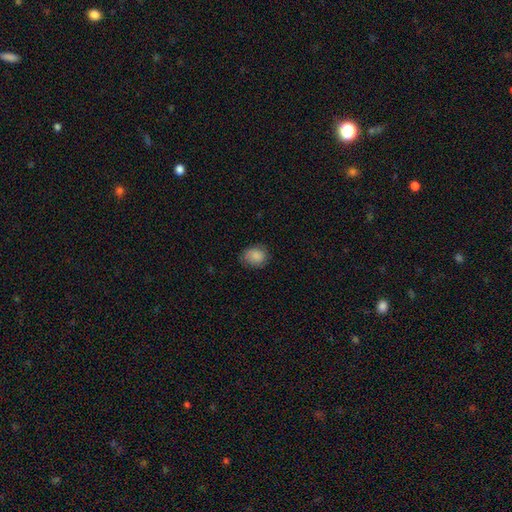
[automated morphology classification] smooth-or-featured: smooth: 85% | star or artifact: 8% | featured or disk: 7%
  how-rounded: round: 62% | in between: 37% | cigar-shaped: 1%
  merging: none: 74% | minor disturbance: 20% | major disturbance: 5% | merger: 1%